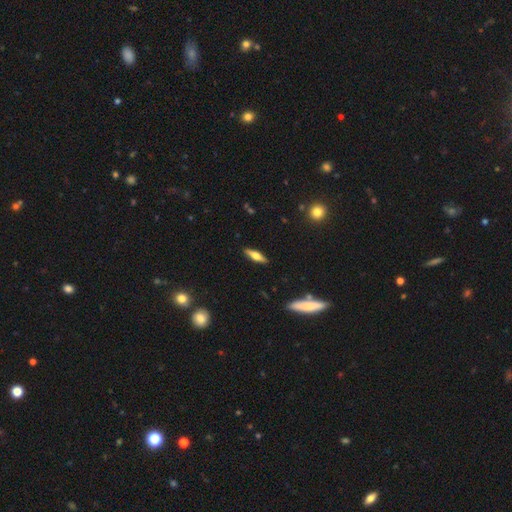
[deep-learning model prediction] Smooth or featured?
  - smooth: 51% *
  - featured or disk: 42%
  - star or artifact: 7%
How rounded?
  - cigar-shaped: 61% *
  - in between: 36%
  - round: 2%
Merging?
  - none: 88% *
  - minor disturbance: 8%
  - major disturbance: 2%
  - merger: 1%